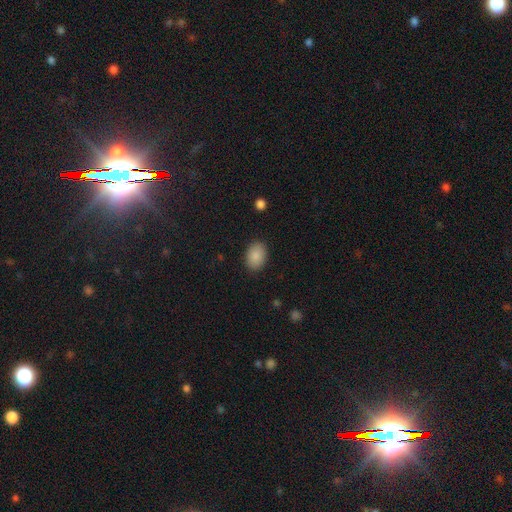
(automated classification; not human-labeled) Overall: smooth (88%). How rounded: in between (83%). Merging: none (88%).